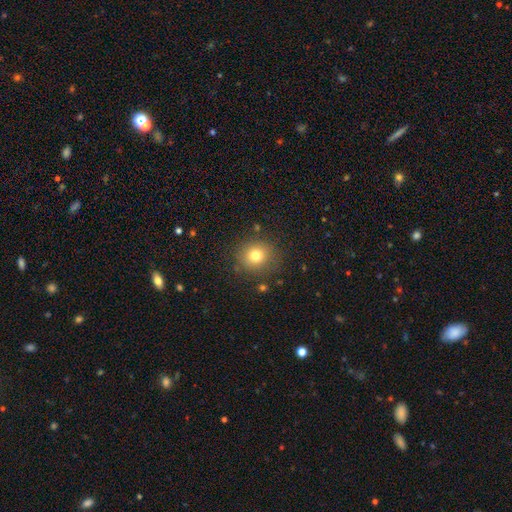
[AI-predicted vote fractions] Morphology: type=smooth (76%); roundness=round (87%); merging=none (85%).